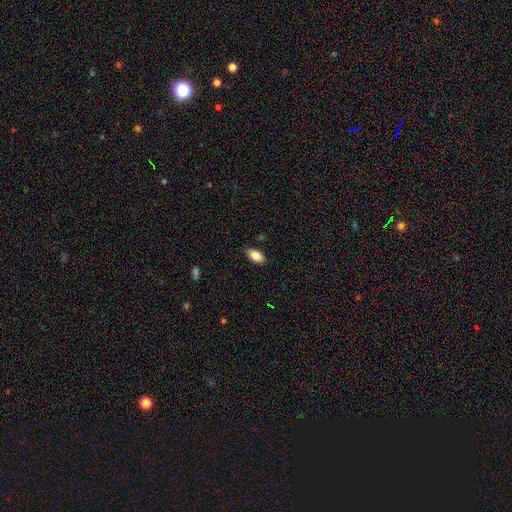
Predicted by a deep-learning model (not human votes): smooth_or_featured: smooth (p=0.84) [alt: featured or disk p=0.09]
how_rounded: in between (p=0.93) [alt: cigar-shaped p=0.04]
merging: none (p=0.86) [alt: minor disturbance p=0.11]